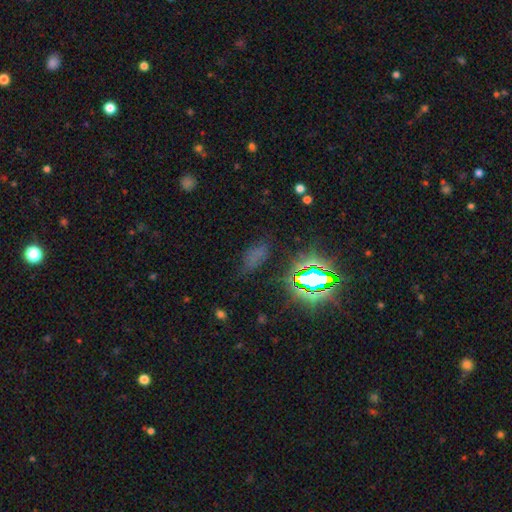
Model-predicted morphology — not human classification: A star or artifact, not a galaxy (49%).

Vote fractions:
- Smooth or featured? star or artifact: 49% / smooth: 40% / featured or disk: 11%